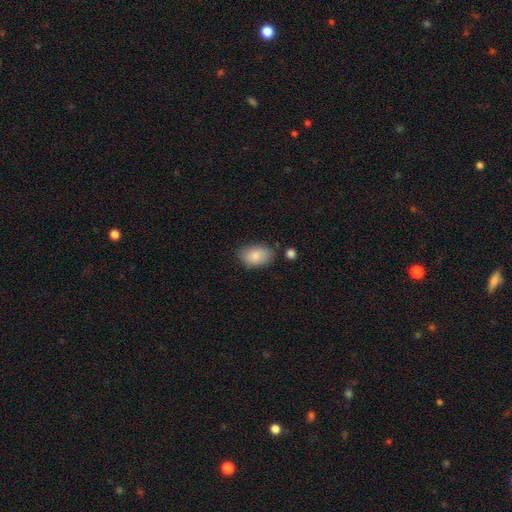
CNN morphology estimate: A smooth galaxy with no disk features (86%) that is in between round and cigar-shaped (89%).

Vote fractions:
- Smooth or featured? smooth: 86% / featured or disk: 7% / star or artifact: 7%
- How rounded? in between: 89% / round: 10% / cigar-shaped: 1%
- Merging? none: 74% / minor disturbance: 18% / merger: 4% / major disturbance: 4%